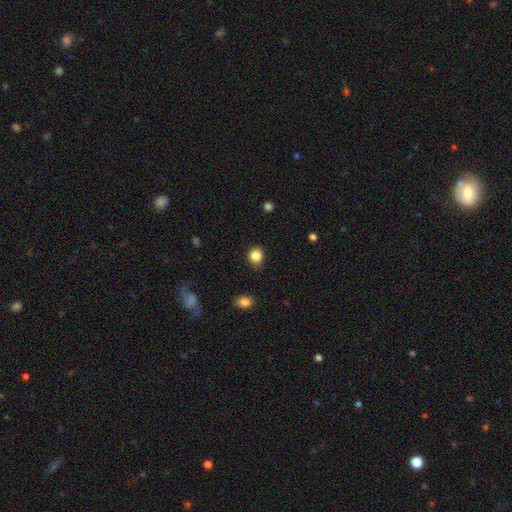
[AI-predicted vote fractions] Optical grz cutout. It shows a smooth galaxy with no disk features (85%) that is round (77%). Merging: none (84%).